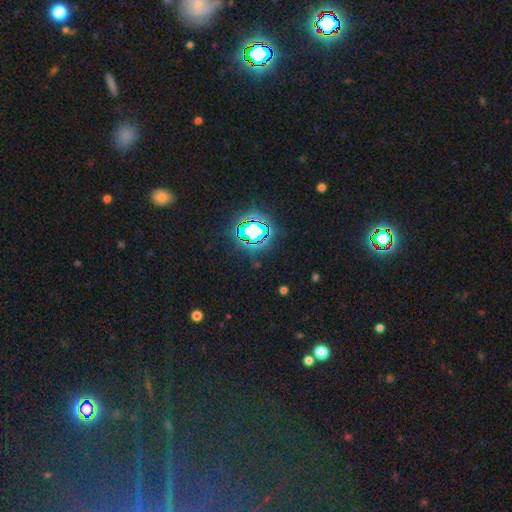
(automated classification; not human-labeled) A star or artifact, not a galaxy (80%).